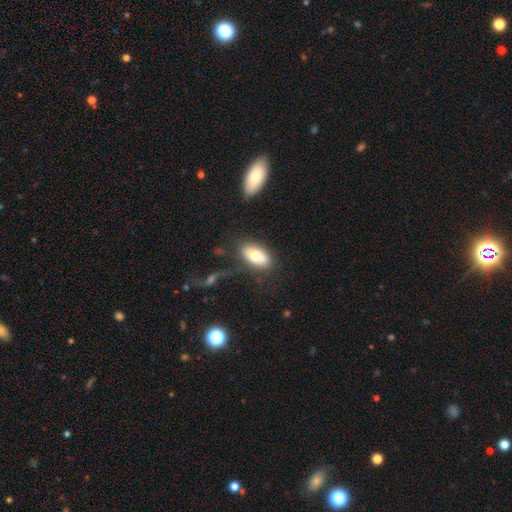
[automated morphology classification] smooth 74%, featured or disk 19%, star or artifact 7%. Down the decision tree: how rounded — in between (91%); merging — none (74%).